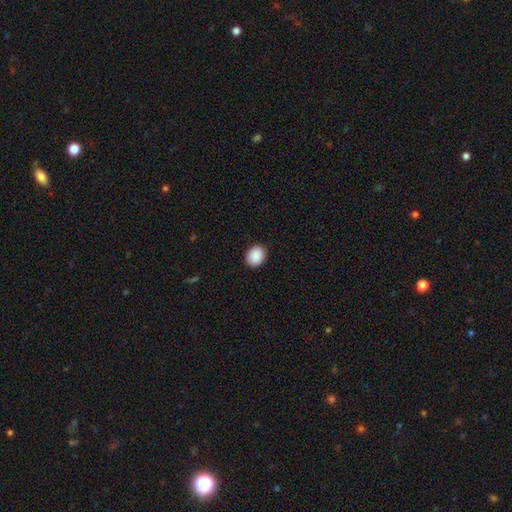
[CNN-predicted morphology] The model was most divided on "how rounded": round: 54%, in between: 46%, cigar-shaped: 1%. More confident: smooth or featured — smooth (90%); merging — none (90%).